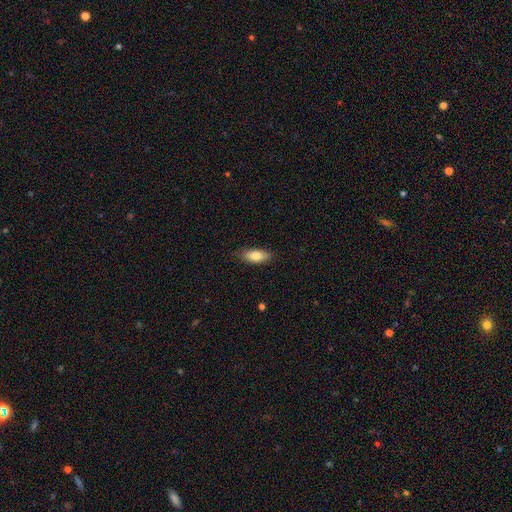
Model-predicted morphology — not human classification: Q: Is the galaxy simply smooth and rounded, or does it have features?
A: smooth — 82%.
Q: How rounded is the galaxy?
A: in between — 78%.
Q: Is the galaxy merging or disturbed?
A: none — 83%.